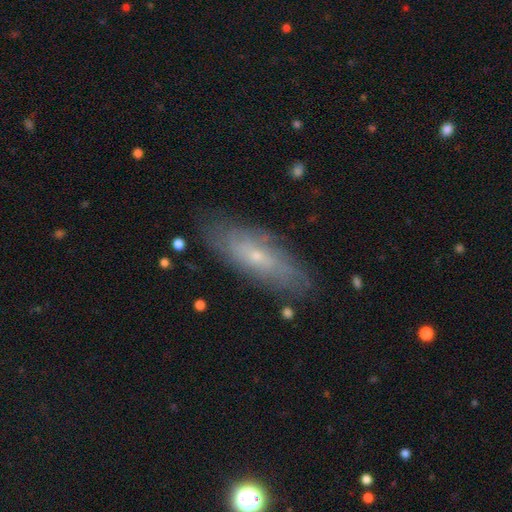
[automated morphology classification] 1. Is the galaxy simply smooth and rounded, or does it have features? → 60% featured or disk, 33% smooth, 7% star or artifact.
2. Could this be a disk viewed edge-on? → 76% no, 24% yes.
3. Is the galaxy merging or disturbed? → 78% none, 16% minor disturbance, 4% major disturbance, 2% merger.